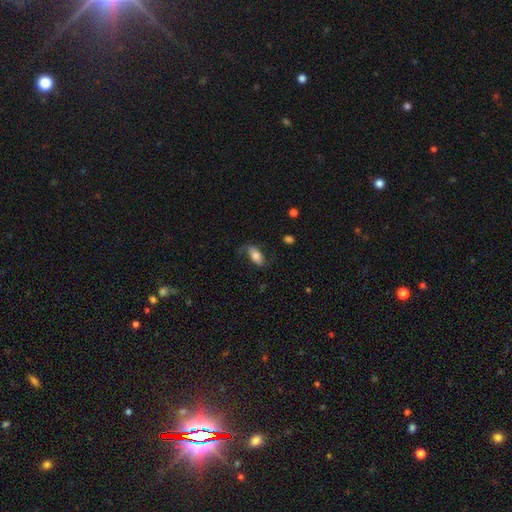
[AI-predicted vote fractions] smooth 63%, featured or disk 31%, star or artifact 7%. Down the decision tree: how rounded — in between (88%); merging — none (64%).